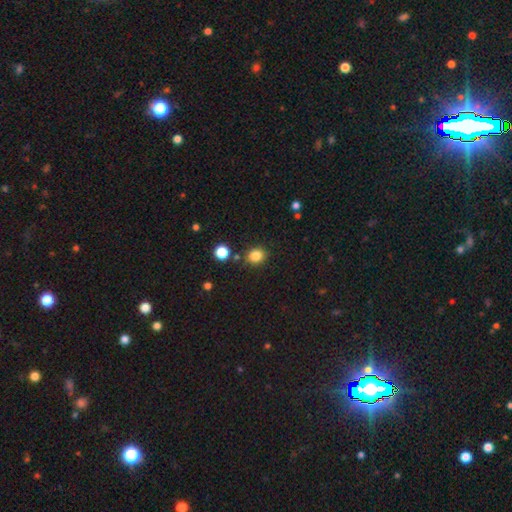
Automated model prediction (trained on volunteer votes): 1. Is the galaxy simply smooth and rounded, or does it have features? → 83% smooth, 12% star or artifact, 4% featured or disk.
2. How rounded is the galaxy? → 76% round, 24% in between, 1% cigar-shaped.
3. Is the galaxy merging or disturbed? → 84% none, 9% minor disturbance, 5% merger, 3% major disturbance.